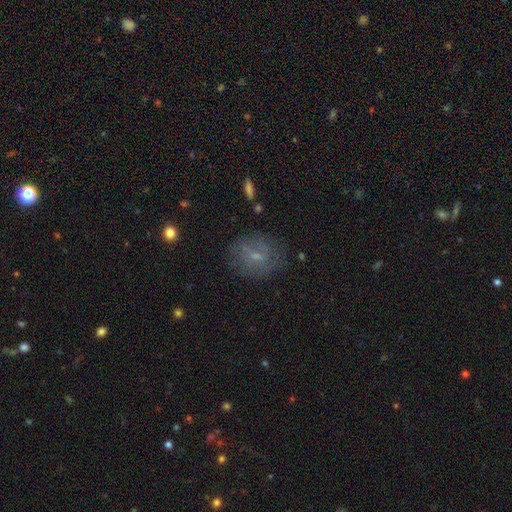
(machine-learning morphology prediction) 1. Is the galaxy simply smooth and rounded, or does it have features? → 50% smooth, 36% featured or disk, 14% star or artifact.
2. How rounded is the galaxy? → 68% round, 30% in between, 2% cigar-shaped.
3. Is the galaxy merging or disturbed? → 71% none, 18% minor disturbance, 9% major disturbance, 2% merger.